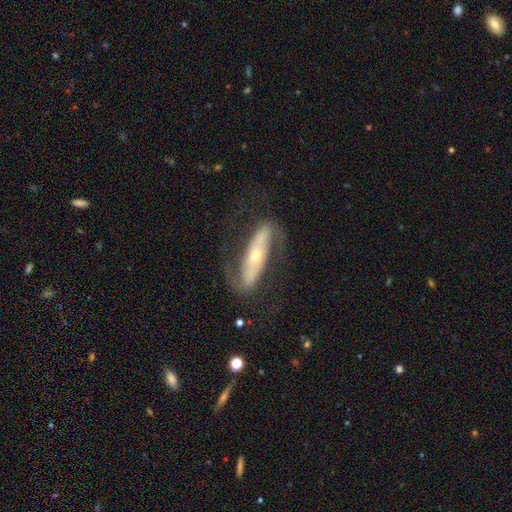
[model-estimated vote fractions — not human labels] smooth_or_featured: featured or disk (p=0.83) [alt: smooth p=0.11]
disk_edge_on: no (p=0.81) [alt: yes p=0.19]
bar: strong (p=0.56) [alt: no p=0.28]
has_spiral_arms: yes (p=0.88) [alt: no p=0.12]
spiral_winding: medium (p=0.43) [alt: loose p=0.34]
spiral_arm_count: 2 (p=0.89) [alt: can't tell p=0.05]
bulge_size: small (p=0.61) [alt: moderate p=0.34]
merging: none (p=0.73) [alt: minor disturbance p=0.14]